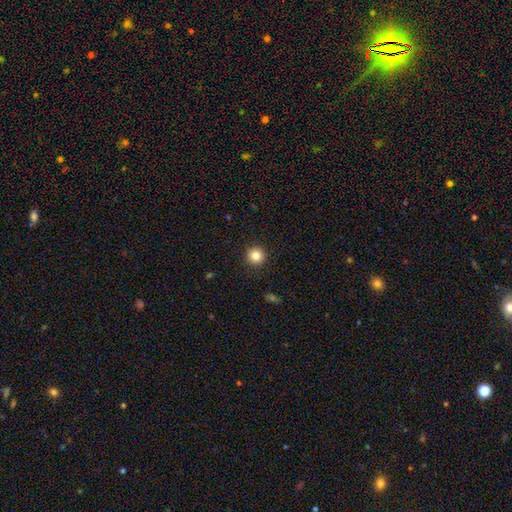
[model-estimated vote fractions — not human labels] Q: Smooth or featured?
A: smooth (84%); runner-up: star or artifact (11%)
Q: How rounded?
A: round (95%); runner-up: in between (4%)
Q: Merging?
A: none (92%); runner-up: minor disturbance (5%)